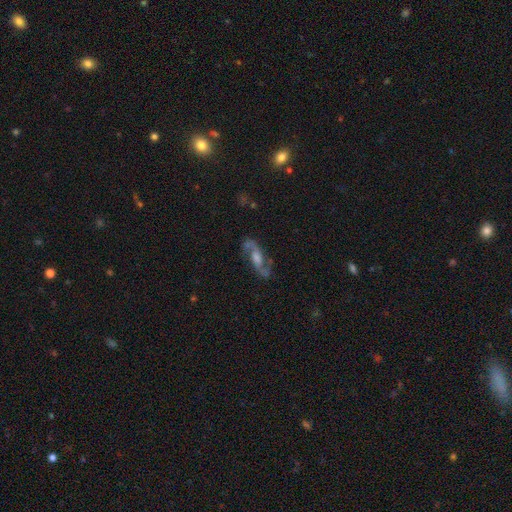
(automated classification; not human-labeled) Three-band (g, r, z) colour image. It shows a featured or disk galaxy (84%) with a weak bar (44%), 2 (92%) medium (49%) spiral arms (95%) and a moderate central bulge (50%). Merging: none (82%).